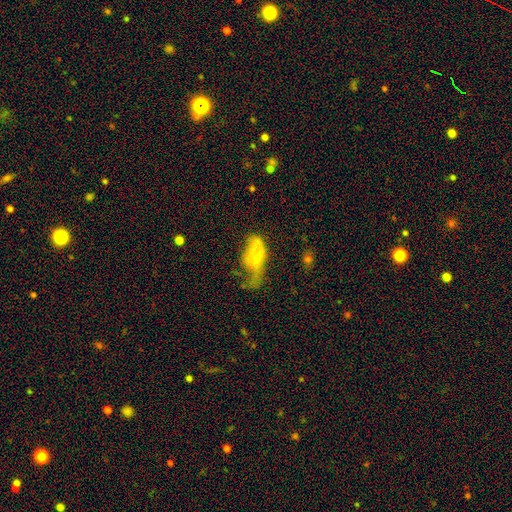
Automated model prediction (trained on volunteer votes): Smooth or featured? Predicted: smooth (p=0.61). How rounded? Predicted: in between (p=0.88). Merging? Predicted: major disturbance (p=0.54).